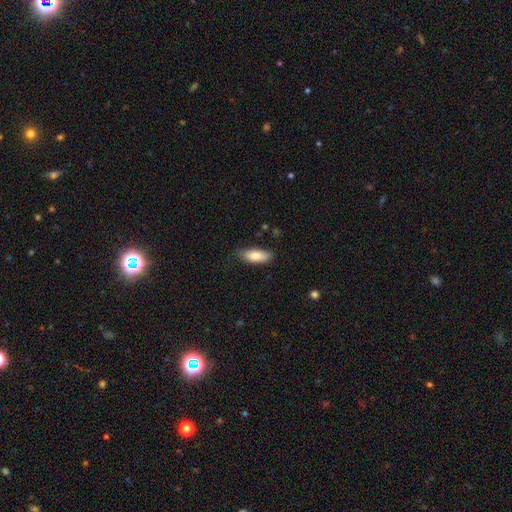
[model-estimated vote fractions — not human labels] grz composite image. It shows a smooth galaxy with no disk features (82%) that is in between round and cigar-shaped (77%). Merging: none (76%).